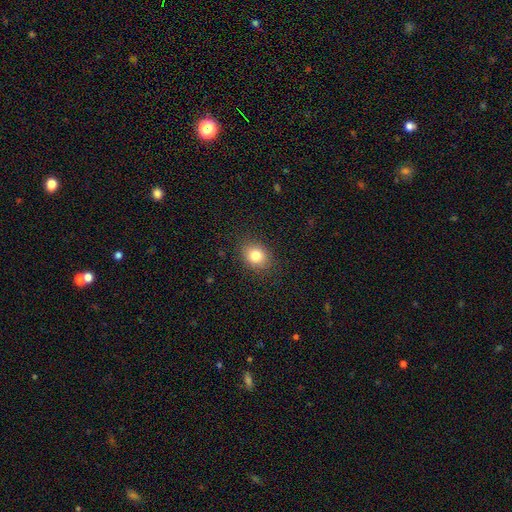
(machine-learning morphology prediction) Overall: smooth (82%). How rounded: round (58%; in between 41%). Merging: none (88%).